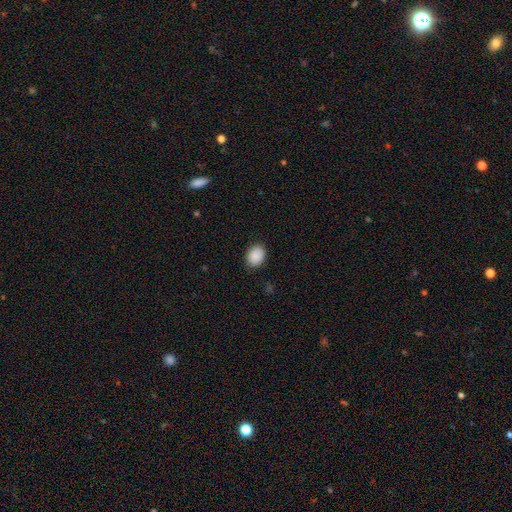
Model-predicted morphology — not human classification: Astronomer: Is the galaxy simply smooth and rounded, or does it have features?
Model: smooth — 89%.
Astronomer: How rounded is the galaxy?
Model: in between — 58% (runner-up: round, 41%).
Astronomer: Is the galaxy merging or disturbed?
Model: none — 84%.